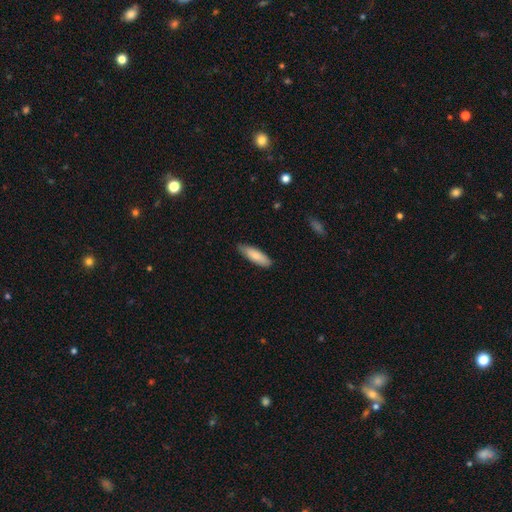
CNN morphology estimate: Q: Smooth or featured?
A: smooth (82%); runner-up: featured or disk (13%)
Q: How rounded?
A: cigar-shaped (50%); runner-up: in between (48%)
Q: Merging?
A: none (81%); runner-up: minor disturbance (16%)